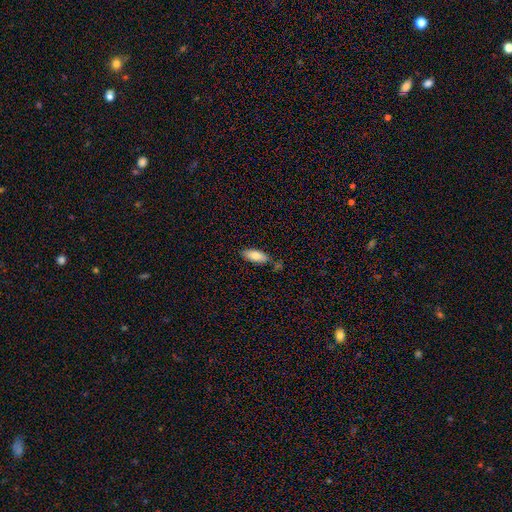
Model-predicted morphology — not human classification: This appears to be a smooth galaxy with no disk features (82%) that is in between round and cigar-shaped (80%). Merging: none (74%).